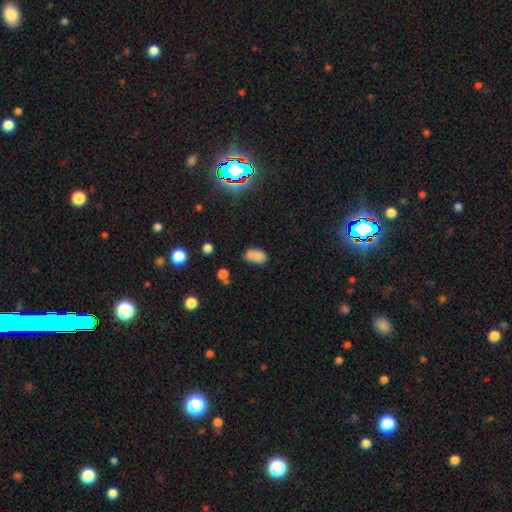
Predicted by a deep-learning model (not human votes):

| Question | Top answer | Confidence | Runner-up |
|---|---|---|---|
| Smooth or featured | smooth | 78% | star or artifact (13%) |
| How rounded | in between | 89% | round (9%) |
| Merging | none | 57% | minor disturbance (23%) |